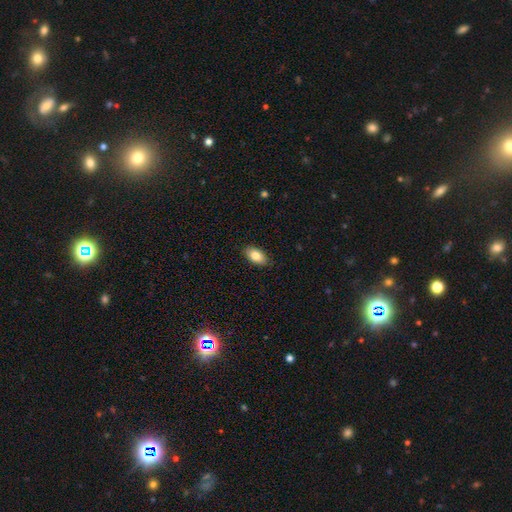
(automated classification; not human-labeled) The model was most divided on "smooth or featured": smooth: 82%, featured or disk: 11%, star or artifact: 7%. More confident: how rounded — in between (92%); merging — none (87%).